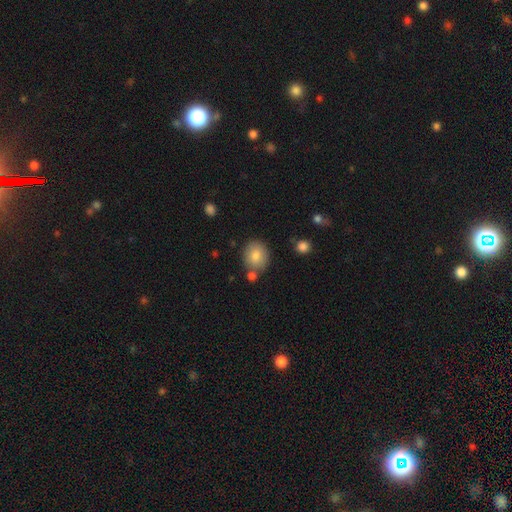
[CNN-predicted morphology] Overall: smooth (82%). How rounded: round (73%). Merging: none (75%).